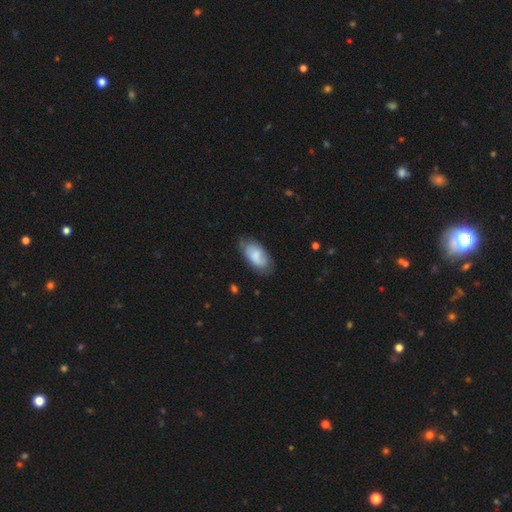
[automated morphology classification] Smooth or featured?
  - smooth: 66% *
  - featured or disk: 27%
  - star or artifact: 7%
How rounded?
  - in between: 94% *
  - round: 3%
  - cigar-shaped: 3%
Merging?
  - none: 66% *
  - minor disturbance: 26%
  - major disturbance: 6%
  - merger: 2%